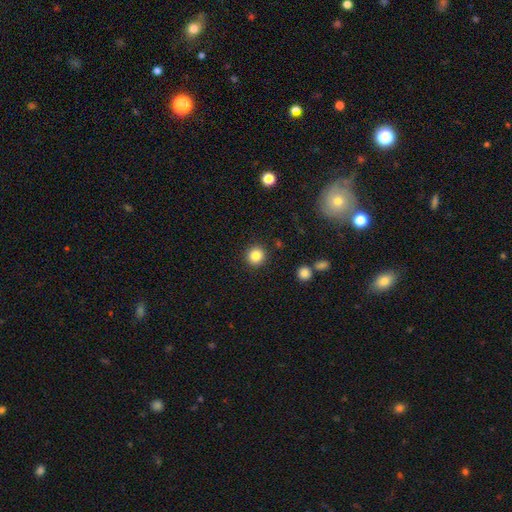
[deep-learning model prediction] This appears to be a smooth galaxy with no disk features (85%) that is round (94%). Merging: none (91%).